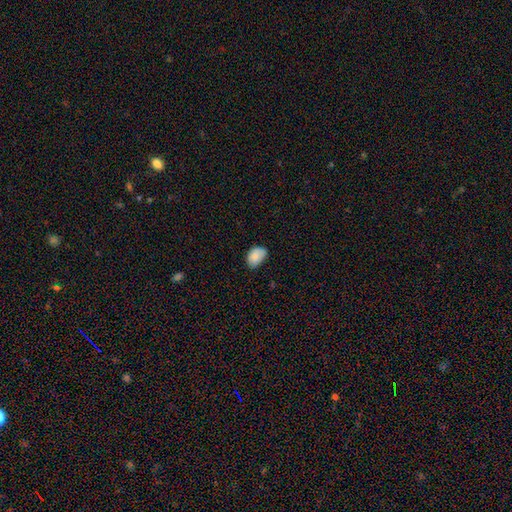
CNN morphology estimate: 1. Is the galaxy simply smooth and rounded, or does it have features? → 86% smooth, 8% star or artifact, 6% featured or disk.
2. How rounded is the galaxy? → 84% in between, 15% round, 1% cigar-shaped.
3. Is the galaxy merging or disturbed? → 58% none, 35% minor disturbance, 5% major disturbance, 2% merger.